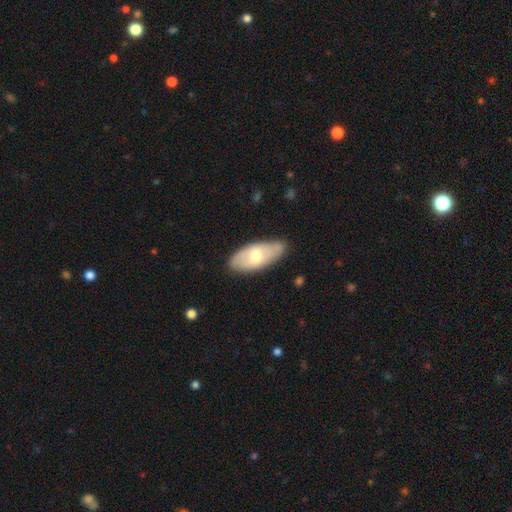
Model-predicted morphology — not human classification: This appears to be a smooth galaxy with no disk features (59%) that is in between round and cigar-shaped (88%). Merging: none (77%).